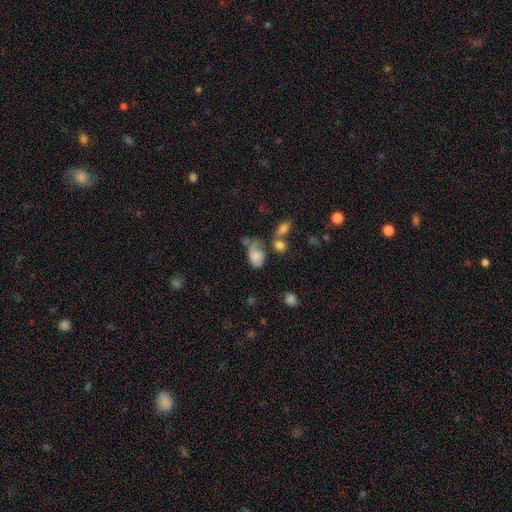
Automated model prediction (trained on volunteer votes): This is likely a smooth galaxy (69%). How rounded: clearly in between (85%). Merging: marginally none (28%).